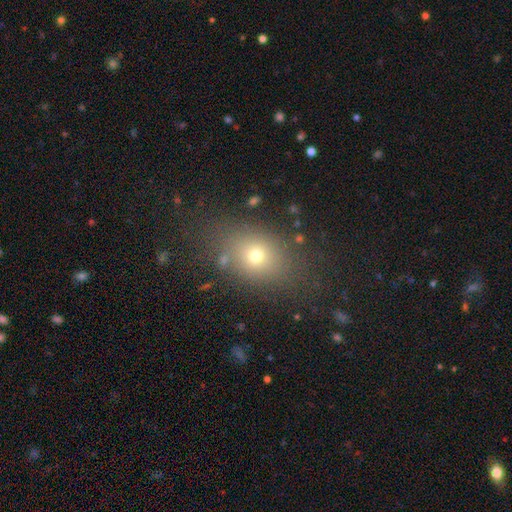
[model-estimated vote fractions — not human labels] smooth-or-featured: smooth: 67% | star or artifact: 19% | featured or disk: 14%
  how-rounded: in between: 57% | round: 41% | cigar-shaped: 1%
  merging: none: 76% | minor disturbance: 13% | major disturbance: 7% | merger: 3%